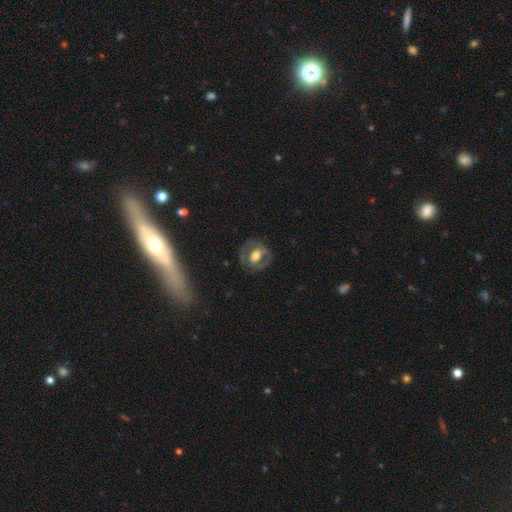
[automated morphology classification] The model was most divided on "smooth or featured": featured or disk: 54%, smooth: 39%, star or artifact: 7%. More confident: edge-on disk — no (94%); spiral arms — no (72%); merging — none (71%); bulge size — moderate (56%); bar — no (53%).